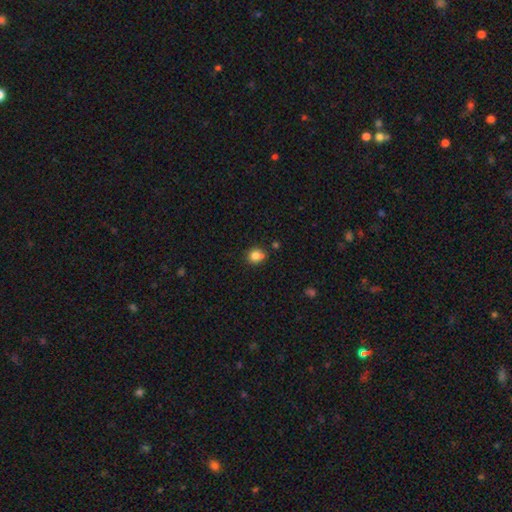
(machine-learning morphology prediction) Q: Smooth or featured?
A: smooth (82%); runner-up: star or artifact (11%)
Q: How rounded?
A: round (78%); runner-up: in between (21%)
Q: Merging?
A: none (66%); runner-up: minor disturbance (19%)